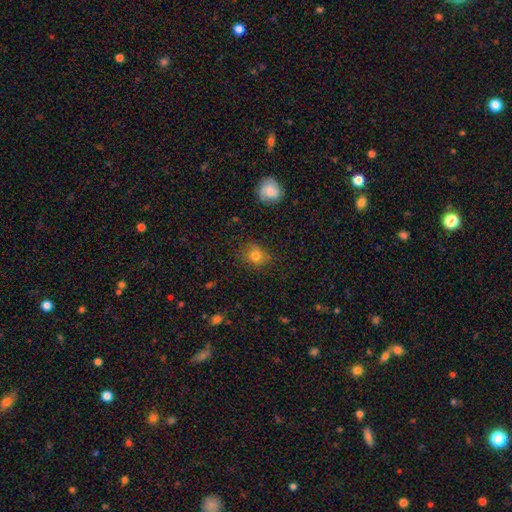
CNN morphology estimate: A smooth galaxy with no disk features (77%) that is round (67%).

Vote fractions:
- Smooth or featured? smooth: 77% / star or artifact: 13% / featured or disk: 10%
- How rounded? round: 67% / in between: 32% / cigar-shaped: 1%
- Merging? none: 67% / minor disturbance: 22% / major disturbance: 8% / merger: 2%